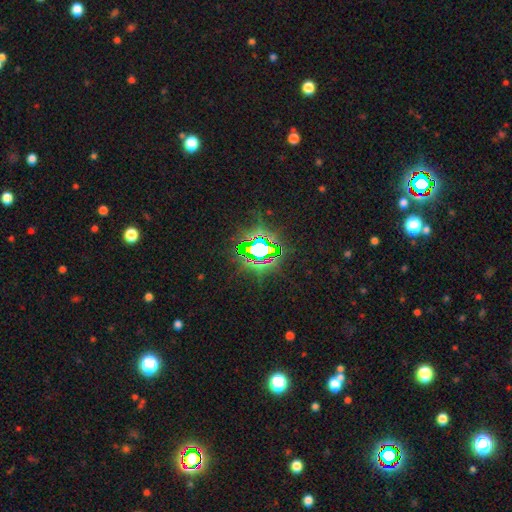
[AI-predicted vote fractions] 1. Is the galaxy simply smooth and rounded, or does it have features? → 83% star or artifact, 10% smooth, 7% featured or disk.